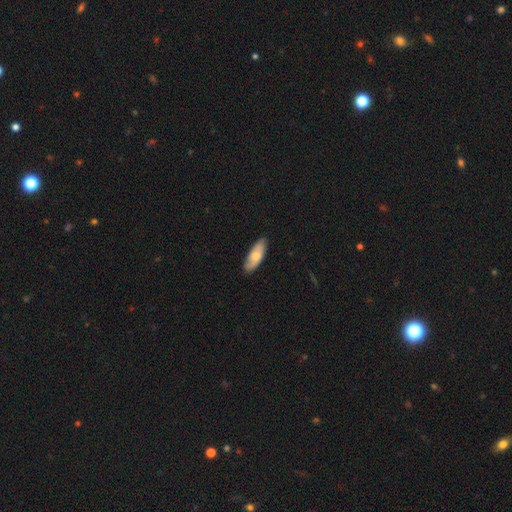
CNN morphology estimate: Smooth or featured? smooth (71%)
How rounded? in between (70%)
Merging? none (85%)